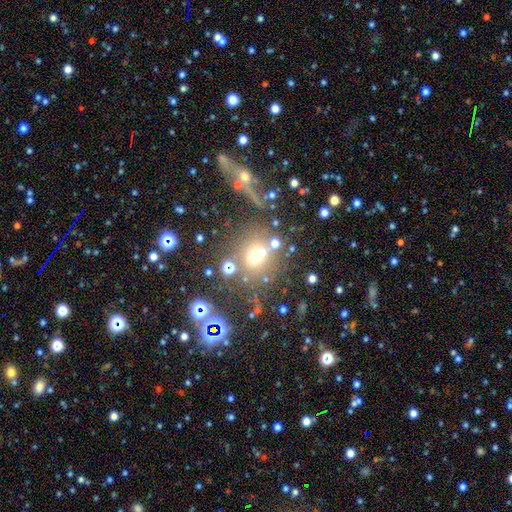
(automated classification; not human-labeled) The model was most divided on "smooth or featured": smooth: 54%, star or artifact: 28%, featured or disk: 18%. More confident: how rounded — round (82%); merging — none (61%).